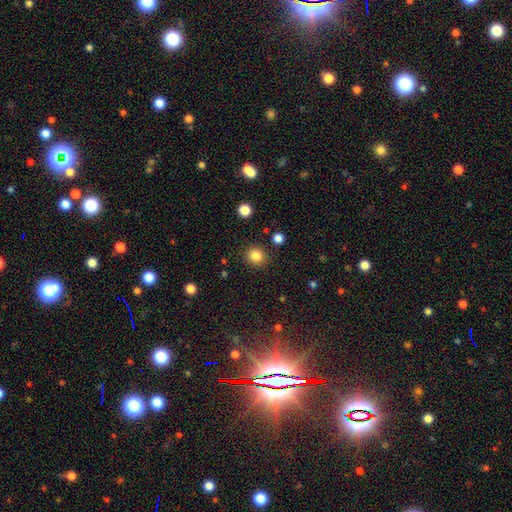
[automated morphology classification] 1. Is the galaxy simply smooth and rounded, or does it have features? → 84% smooth, 12% star or artifact, 4% featured or disk.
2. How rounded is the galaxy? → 91% round, 8% in between, 1% cigar-shaped.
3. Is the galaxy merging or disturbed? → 90% none, 6% minor disturbance, 2% major disturbance, 2% merger.